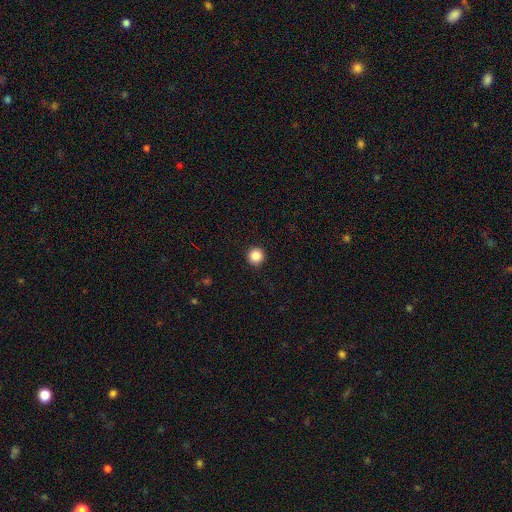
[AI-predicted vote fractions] Smooth or featured: smooth — 87% (star or artifact — 10%)
How rounded: round — 96% (in between — 3%)
Merging: none — 93% (minor disturbance — 4%)